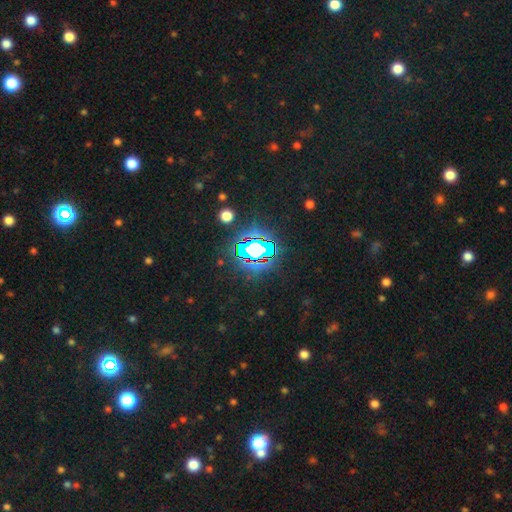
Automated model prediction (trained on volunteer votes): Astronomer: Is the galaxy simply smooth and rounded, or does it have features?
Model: star or artifact — 76%.